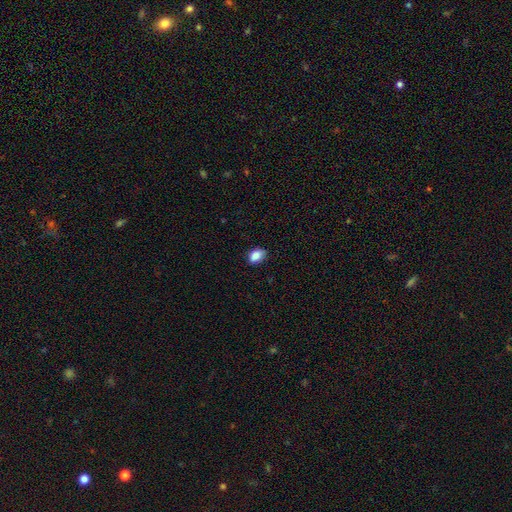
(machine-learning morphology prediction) Q: Smooth or featured?
A: smooth (87%); runner-up: star or artifact (8%)
Q: How rounded?
A: in between (82%); runner-up: round (17%)
Q: Merging?
A: none (84%); runner-up: minor disturbance (13%)